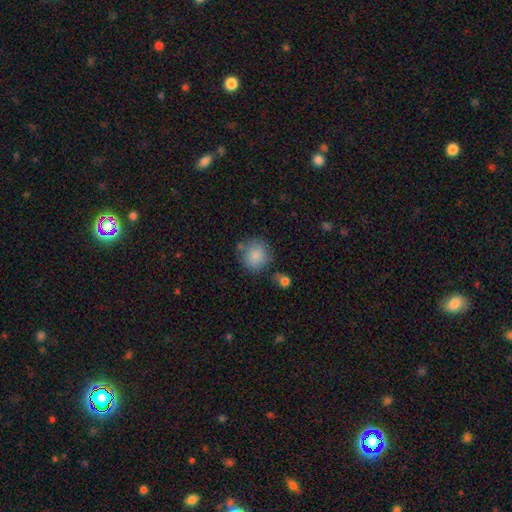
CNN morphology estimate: A smooth galaxy with no disk features (85%) that is round (88%).

Vote fractions:
- Smooth or featured? smooth: 85% / star or artifact: 8% / featured or disk: 7%
- How rounded? round: 88% / in between: 11% / cigar-shaped: 1%
- Merging? none: 71% / minor disturbance: 16% / merger: 8% / major disturbance: 5%